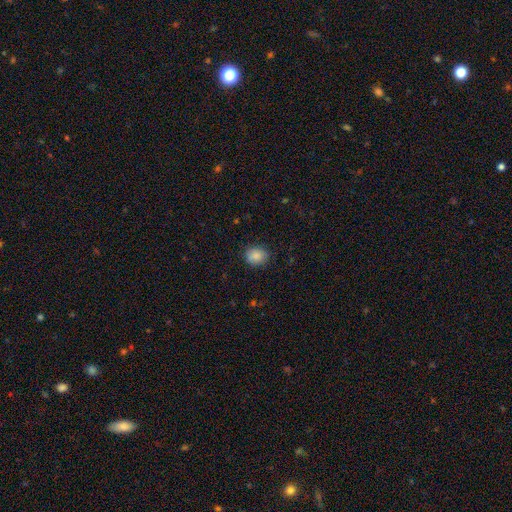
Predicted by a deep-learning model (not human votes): A smooth galaxy with no disk features (87%) that is round (65%).

Vote fractions:
- Smooth or featured? smooth: 87% / star or artifact: 8% / featured or disk: 5%
- How rounded? round: 65% / in between: 35% / cigar-shaped: 1%
- Merging? none: 84% / minor disturbance: 12% / major disturbance: 3% / merger: 1%